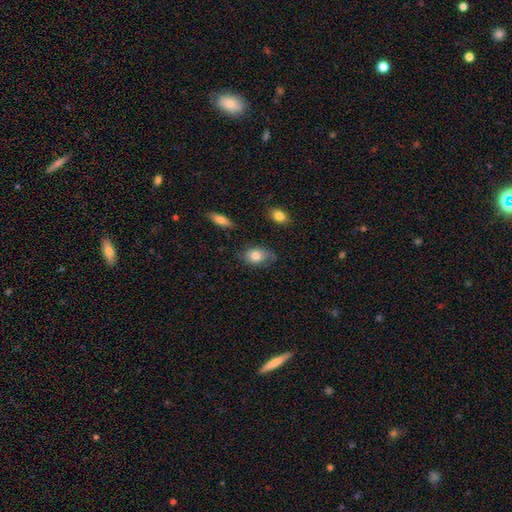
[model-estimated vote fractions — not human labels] A smooth galaxy with no disk features (80%) that is in between round and cigar-shaped (80%).

Vote fractions:
- Smooth or featured? smooth: 80% / featured or disk: 12% / star or artifact: 8%
- How rounded? in between: 80% / round: 18% / cigar-shaped: 2%
- Merging? none: 65% / minor disturbance: 26% / major disturbance: 6% / merger: 2%